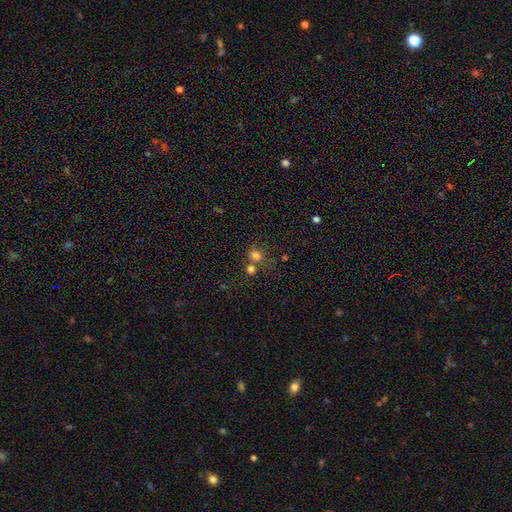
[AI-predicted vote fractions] A smooth galaxy with no disk features (74%) that is round (63%).

Vote fractions:
- Smooth or featured? smooth: 74% / star or artifact: 16% / featured or disk: 9%
- How rounded? round: 63% / in between: 36% / cigar-shaped: 1%
- Merging? none: 46% / merger: 35% / minor disturbance: 12% / major disturbance: 7%